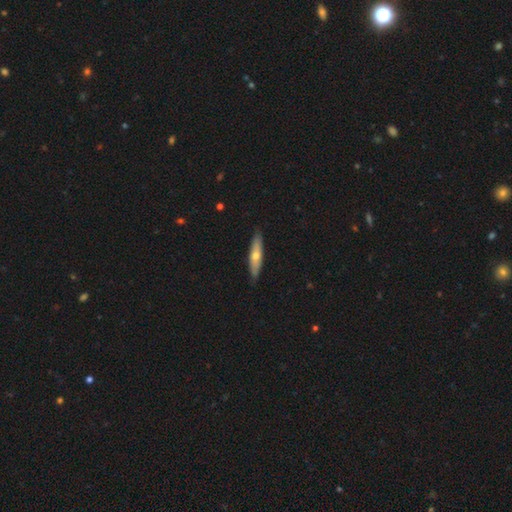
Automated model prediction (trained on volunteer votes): Morphology: type=smooth (55%); roundness=cigar-shaped (74%); merging=none (87%).